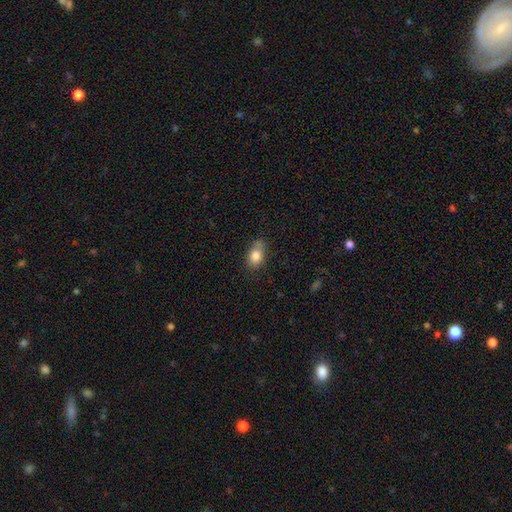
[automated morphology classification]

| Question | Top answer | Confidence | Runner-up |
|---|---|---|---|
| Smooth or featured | smooth | 82% | featured or disk (9%) |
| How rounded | in between | 76% | round (22%) |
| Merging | none | 63% | minor disturbance (27%) |